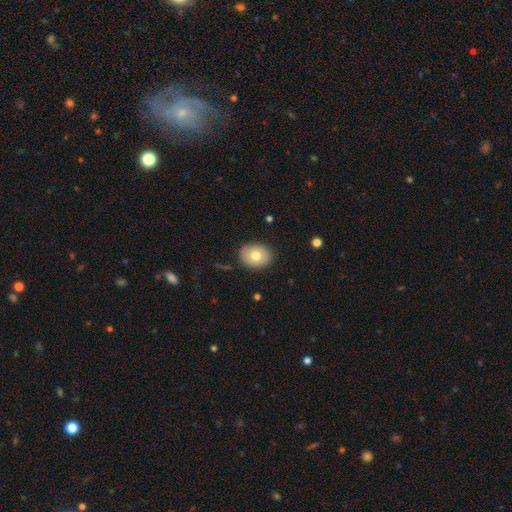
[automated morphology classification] Q: Smooth or featured?
A: smooth (74%); runner-up: featured or disk (18%)
Q: How rounded?
A: in between (56%); runner-up: round (43%)
Q: Merging?
A: none (86%); runner-up: minor disturbance (10%)